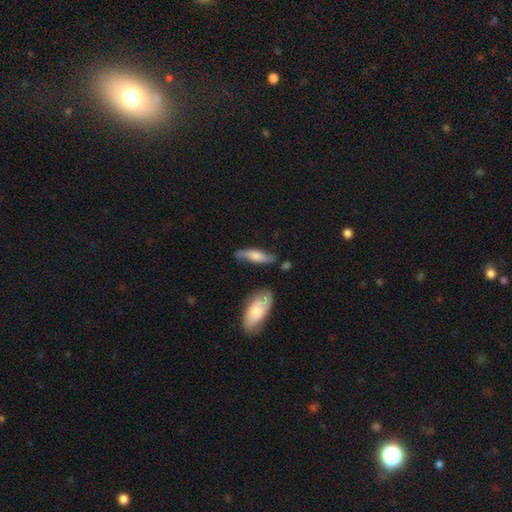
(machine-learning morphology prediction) Smooth or featured? featured or disk (50%)
Merging? none (68%)